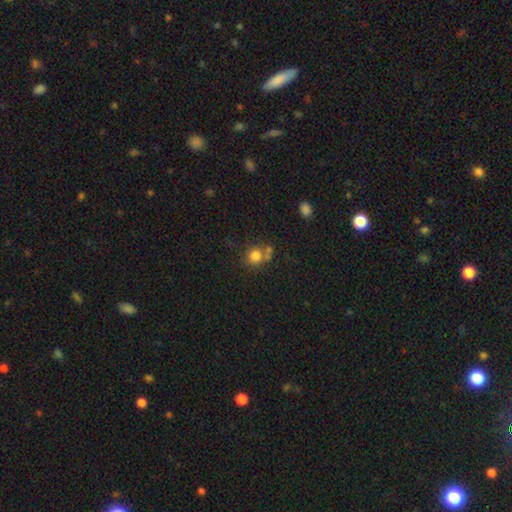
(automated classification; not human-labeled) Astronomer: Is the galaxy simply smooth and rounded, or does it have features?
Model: smooth — 79%.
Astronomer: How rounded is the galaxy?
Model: round — 84%.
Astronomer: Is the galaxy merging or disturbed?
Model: none — 53% (runner-up: merger, 28%).